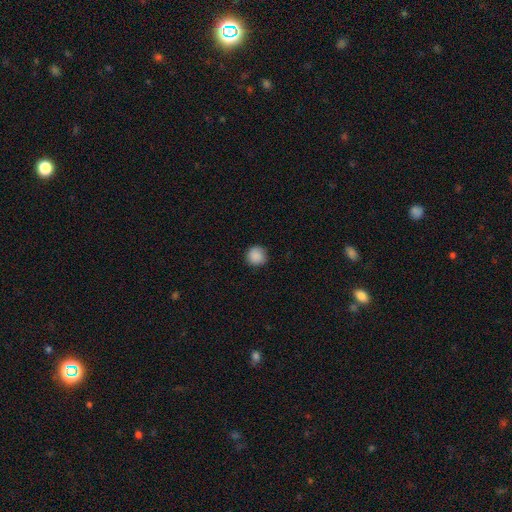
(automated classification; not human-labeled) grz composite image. It shows a smooth galaxy with no disk features (89%) that is round (94%). Merging: none (89%).